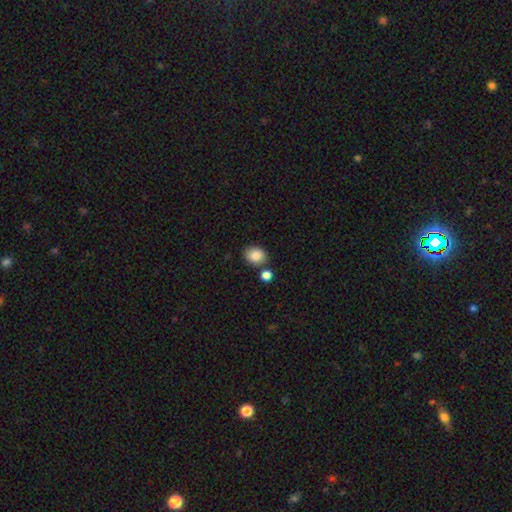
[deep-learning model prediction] This is clearly a smooth galaxy (86%). How rounded: possibly round (50%). Merging: likely none (73%).